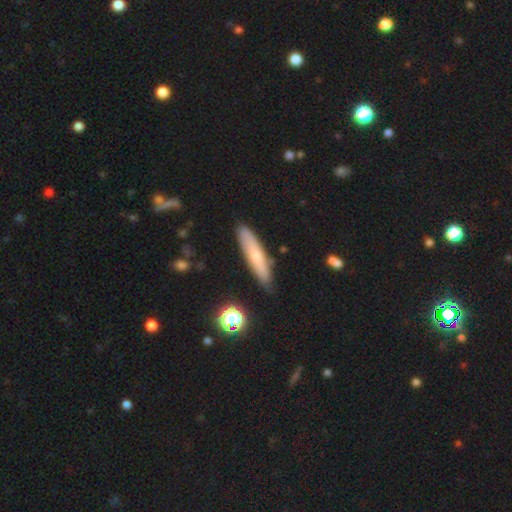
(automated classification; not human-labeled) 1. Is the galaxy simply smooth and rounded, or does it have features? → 66% smooth, 27% featured or disk, 7% star or artifact.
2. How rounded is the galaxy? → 84% cigar-shaped, 15% in between, 2% round.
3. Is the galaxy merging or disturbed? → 82% none, 13% minor disturbance, 2% major disturbance, 2% merger.